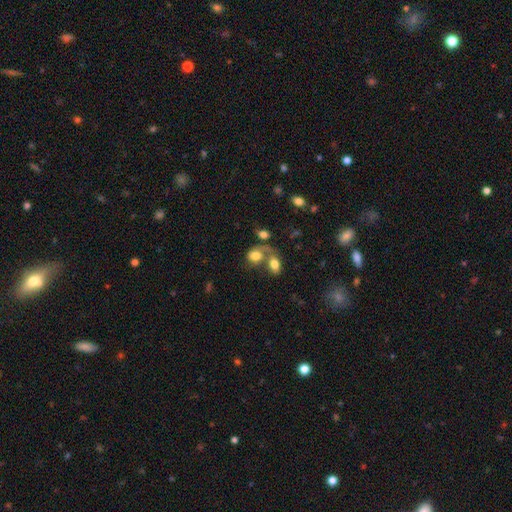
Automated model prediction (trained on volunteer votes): smooth-or-featured: smooth: 71% | featured or disk: 19% | star or artifact: 10%
  how-rounded: in between: 70% | round: 28% | cigar-shaped: 2%
  merging: merger: 59% | none: 22% | major disturbance: 10% | minor disturbance: 9%